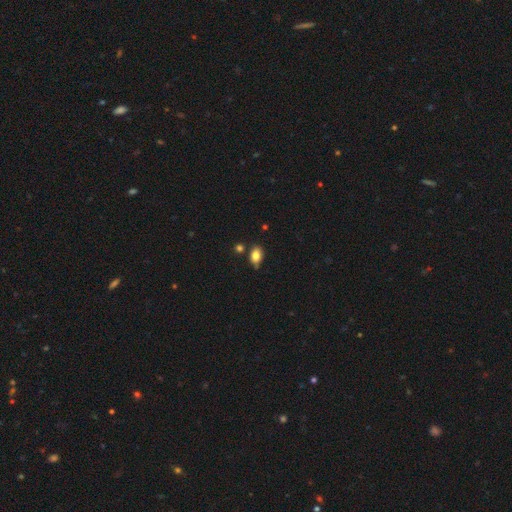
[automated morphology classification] Overall: smooth (83%). How rounded: in between (85%). Merging: none (75%).